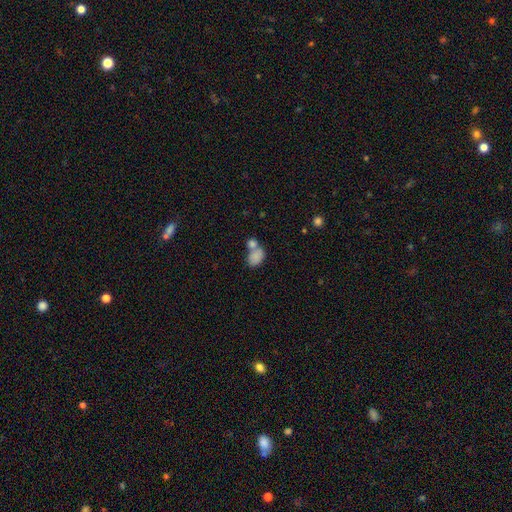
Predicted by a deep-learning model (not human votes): Smooth or featured: smooth — 80% (featured or disk — 11%)
How rounded: in between — 78% (round — 21%)
Merging: merger — 54% (none — 29%)